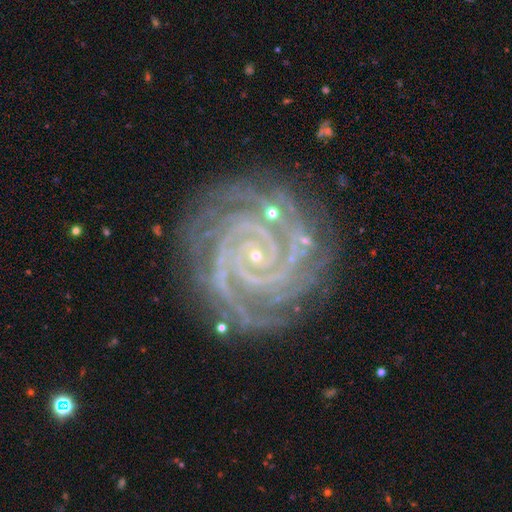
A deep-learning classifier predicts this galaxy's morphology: Smooth or featured?
  - featured or disk: 93% *
  - star or artifact: 5%
  - smooth: 2%
Edge-on disk?
  - no: 98% *
  - yes: 2%
Bar?
  - no: 62% *
  - weak: 22%
  - strong: 16%
Spiral arms?
  - yes: 99% *
  - no: 1%
Spiral winding?
  - tight: 86% *
  - medium: 12%
  - loose: 1%
Spiral arm count?
  - 2: 34% *
  - 3: 22%
  - 4: 17%
  - more than 4: 10%
  - can't tell: 9%
  - 1: 7%
Bulge size?
  - small: 89% *
  - moderate: 7%
  - none: 2%
  - large: 1%
  - dominant: 1%
Merging?
  - none: 81% *
  - minor disturbance: 14%
  - major disturbance: 3%
  - merger: 2%